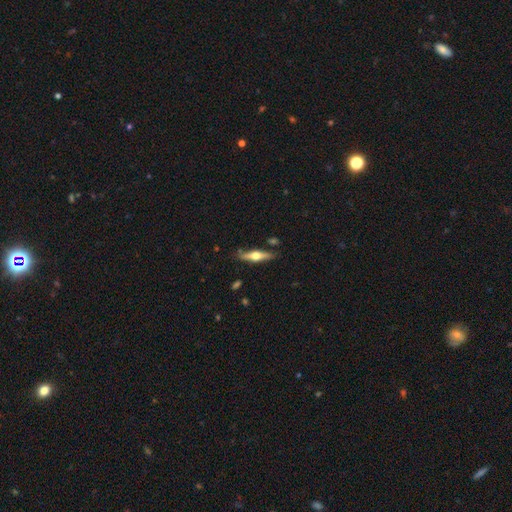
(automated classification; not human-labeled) Smooth or featured? featured or disk (62%)
Edge-on disk? yes (95%)
Edge-on bulge? rounded (95%)
Merging? none (84%)